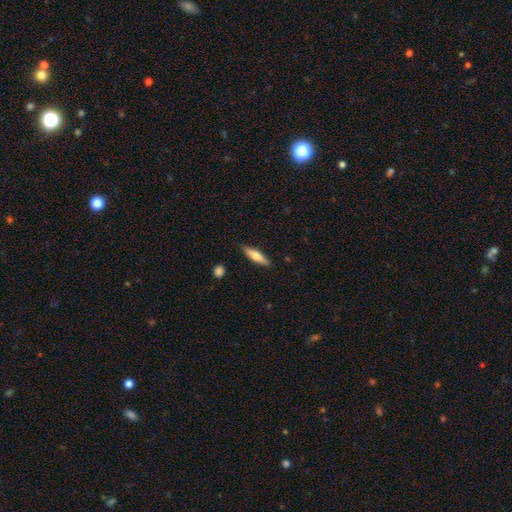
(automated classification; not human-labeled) Smooth or featured: smooth — 59% (featured or disk — 35%)
How rounded: cigar-shaped — 74% (in between — 24%)
Merging: none — 88% (minor disturbance — 9%)